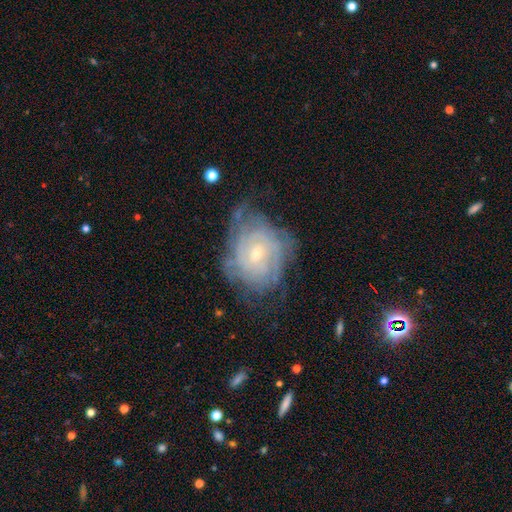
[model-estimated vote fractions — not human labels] smooth_or_featured: featured or disk (p=0.76) [alt: smooth p=0.14]
disk_edge_on: no (p=0.97) [alt: yes p=0.03]
bar: no (p=0.66) [alt: weak p=0.30]
has_spiral_arms: yes (p=0.89) [alt: no p=0.11]
spiral_winding: tight (p=0.70) [alt: medium p=0.23]
spiral_arm_count: can't tell (p=0.54) [alt: 2 p=0.13]
bulge_size: small (p=0.57) [alt: moderate p=0.38]
merging: none (p=0.61) [alt: minor disturbance p=0.24]